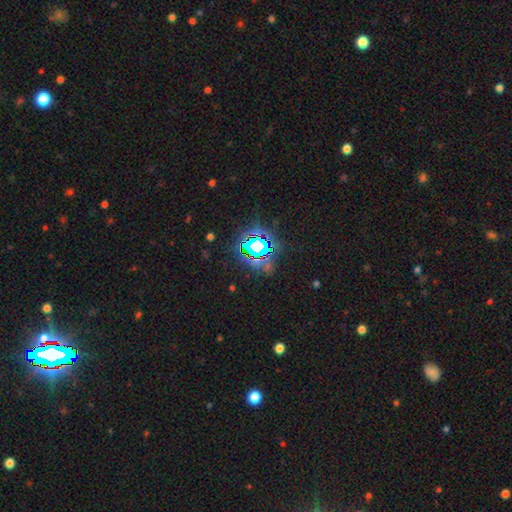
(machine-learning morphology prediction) star or artifact 78%, smooth 13%, featured or disk 9%.